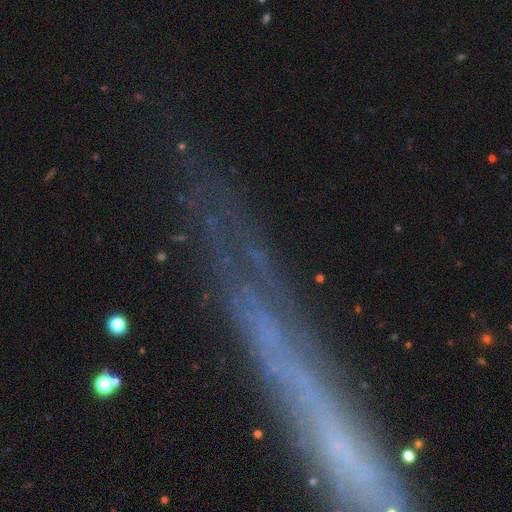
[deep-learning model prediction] smooth_or_featured: featured or disk (p=0.50) [alt: star or artifact p=0.27]
merging: none (p=0.74) [alt: minor disturbance p=0.14]